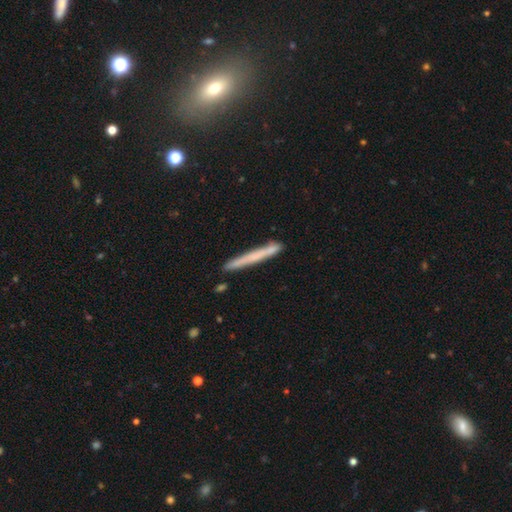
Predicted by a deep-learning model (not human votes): The model was most divided on "smooth or featured": smooth: 58%, featured or disk: 35%, star or artifact: 7%. More confident: how rounded — cigar-shaped (97%); merging — none (87%).